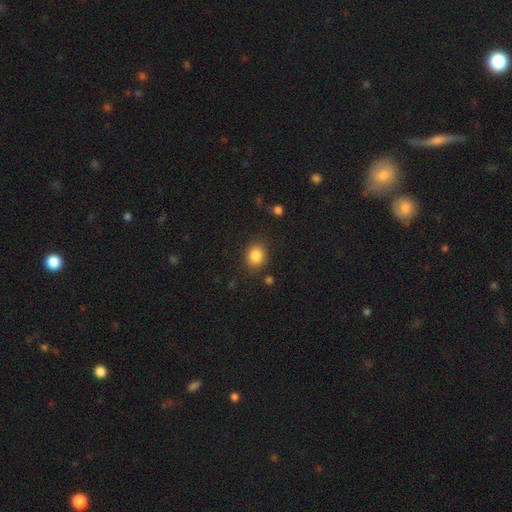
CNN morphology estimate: Smooth or featured?
  - smooth: 85% *
  - star or artifact: 10%
  - featured or disk: 5%
How rounded?
  - round: 72% *
  - in between: 27%
  - cigar-shaped: 1%
Merging?
  - none: 84% *
  - minor disturbance: 10%
  - major disturbance: 3%
  - merger: 2%